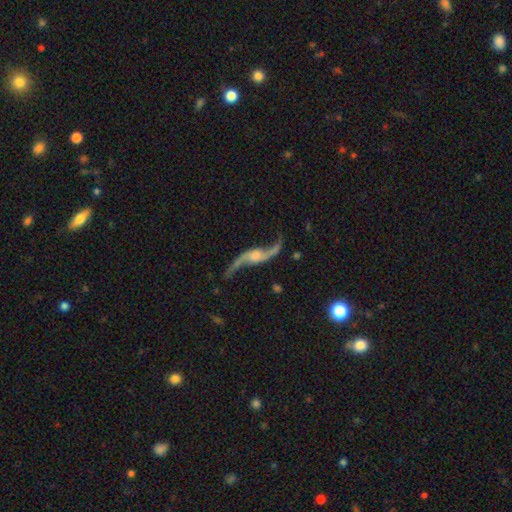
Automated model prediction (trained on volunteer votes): Morphology: type=featured or disk (91%); edge-on=no (88%); bar=no (56%); spiral arms=yes (97%); winding=loose (94%); arm count=2 (94%); bulge=small (38%); merging=none (79%).